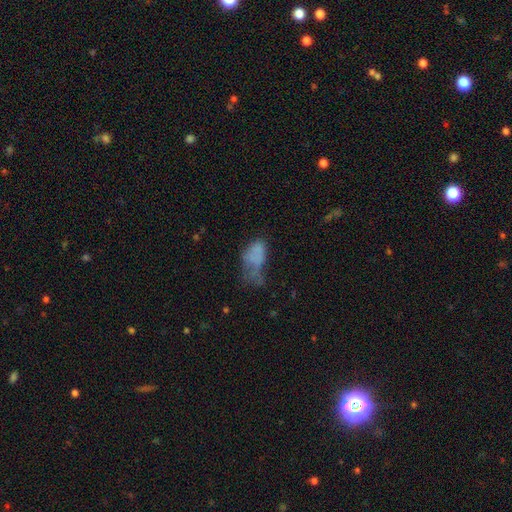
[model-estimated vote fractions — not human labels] A smooth galaxy with no disk features (59%) that is in between round and cigar-shaped (88%).

Vote fractions:
- Smooth or featured? smooth: 59% / featured or disk: 26% / star or artifact: 15%
- How rounded? in between: 88% / round: 8% / cigar-shaped: 4%
- Merging? major disturbance: 43% / minor disturbance: 24% / none: 22% / merger: 12%